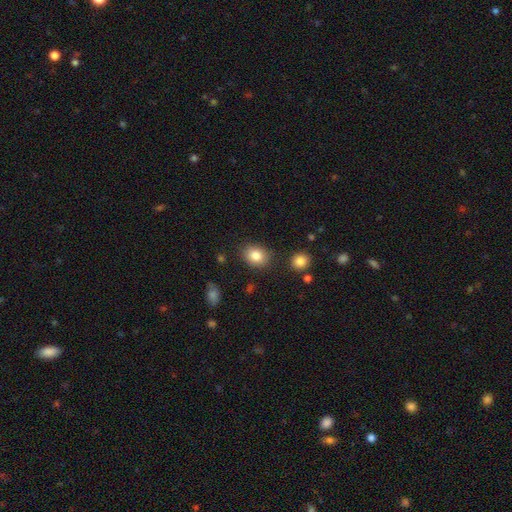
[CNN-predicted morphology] A smooth galaxy with no disk features (84%) that is in between round and cigar-shaped (60%). Merging: none (83%).